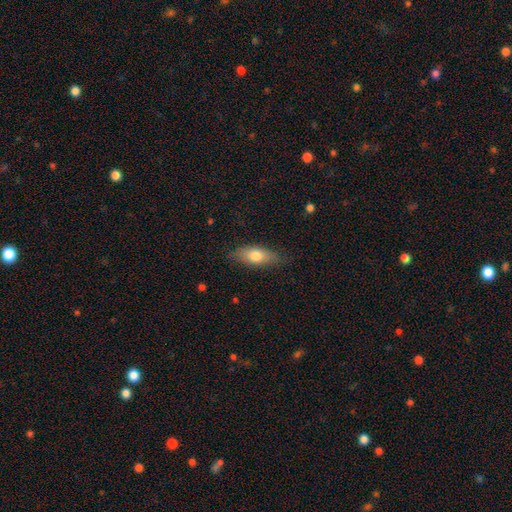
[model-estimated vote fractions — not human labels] The model was most divided on "smooth or featured": smooth: 71%, featured or disk: 22%, star or artifact: 6%. More confident: merging — none (79%); how rounded — in between (75%).